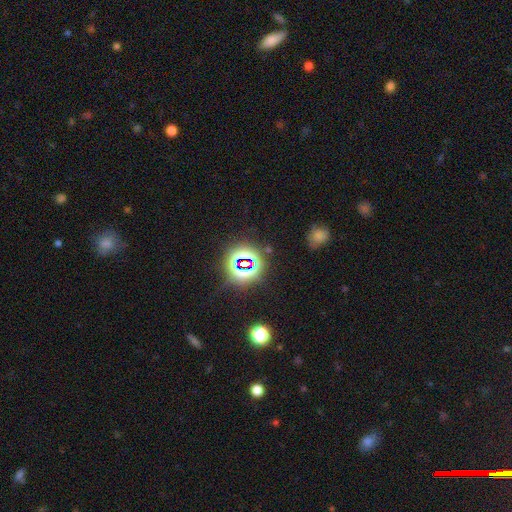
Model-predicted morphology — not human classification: Smooth or featured?
  - star or artifact: 73% *
  - smooth: 18%
  - featured or disk: 9%